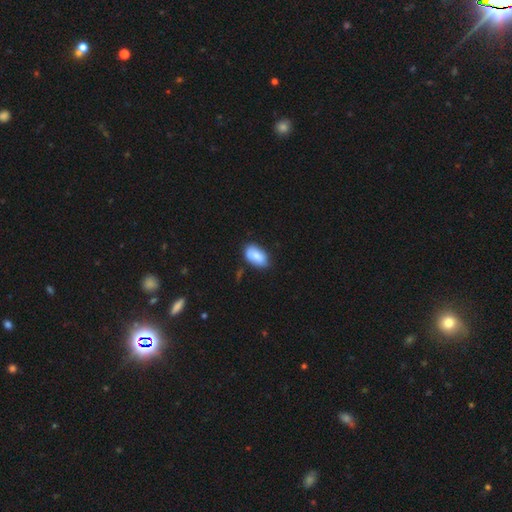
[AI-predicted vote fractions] Smooth or featured? smooth (83%)
How rounded? in between (93%)
Merging? none (69%)